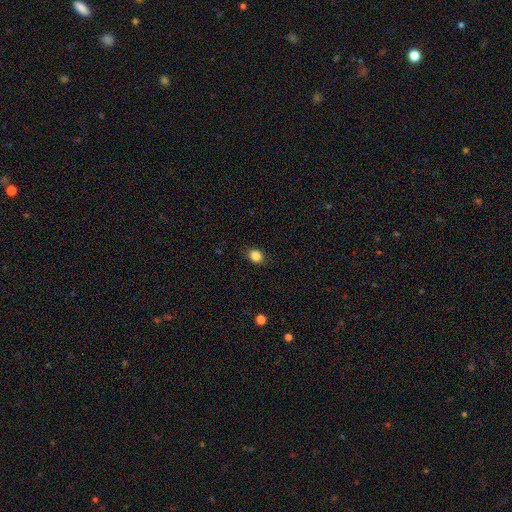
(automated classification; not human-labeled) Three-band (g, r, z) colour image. It shows a smooth galaxy with no disk features (85%) that is round (55%). Merging: none (85%).